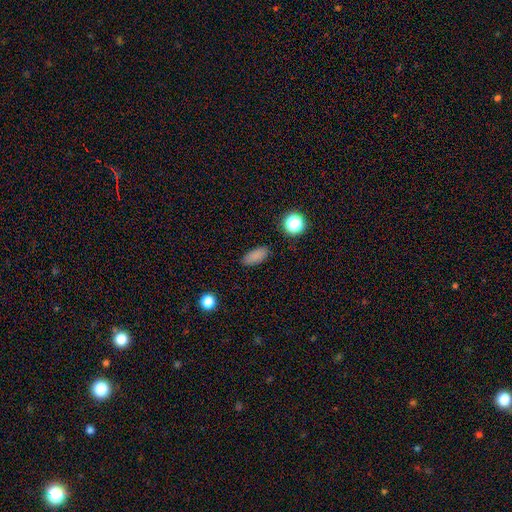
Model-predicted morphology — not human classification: smooth_or_featured: smooth (p=0.83) [alt: star or artifact p=0.12]
how_rounded: in between (p=0.81) [alt: cigar-shaped p=0.14]
merging: none (p=0.87) [alt: minor disturbance p=0.09]